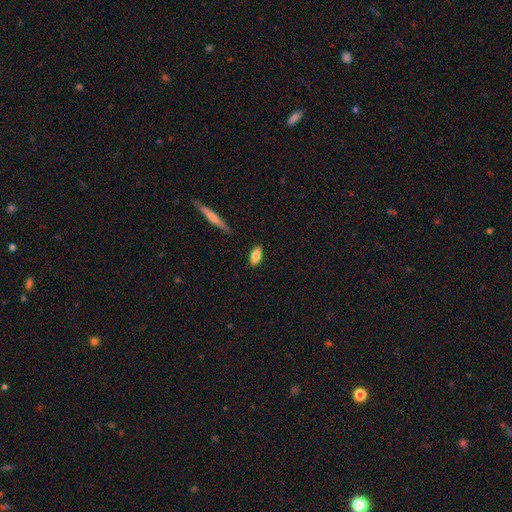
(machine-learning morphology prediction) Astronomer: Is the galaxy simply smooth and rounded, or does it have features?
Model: smooth — 80%.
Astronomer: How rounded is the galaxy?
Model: in between — 84%.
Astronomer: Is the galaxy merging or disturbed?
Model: none — 87%.